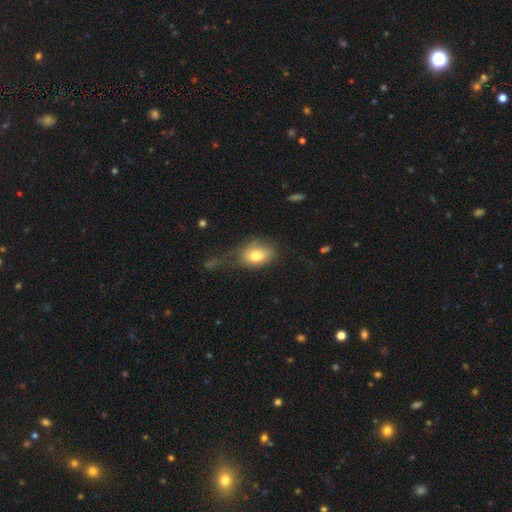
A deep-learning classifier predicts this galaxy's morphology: Q: Smooth or featured?
A: smooth (74%); runner-up: featured or disk (16%)
Q: How rounded?
A: in between (74%); runner-up: round (24%)
Q: Merging?
A: none (43%); runner-up: minor disturbance (29%)